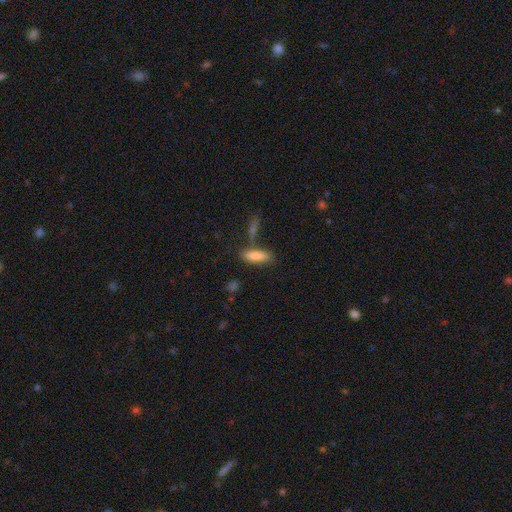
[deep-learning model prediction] The model was most divided on "how rounded": in between: 52%, cigar-shaped: 46%, round: 2%. More confident: smooth or featured — smooth (83%); merging — none (64%).